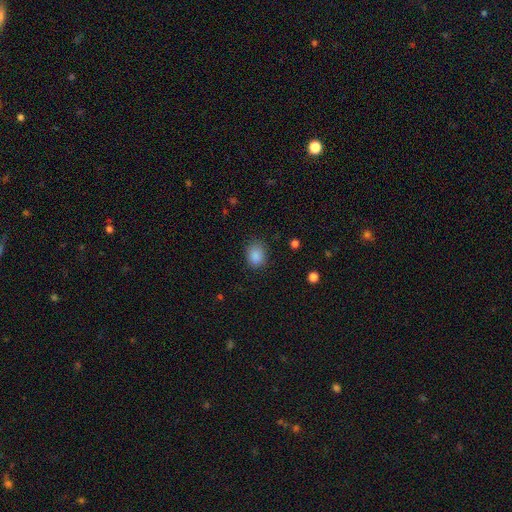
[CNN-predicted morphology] A smooth galaxy with no disk features (87%) that is round (50%).

Vote fractions:
- Smooth or featured? smooth: 87% / star or artifact: 9% / featured or disk: 4%
- How rounded? round: 50% / in between: 49% / cigar-shaped: 1%
- Merging? none: 81% / minor disturbance: 14% / major disturbance: 4% / merger: 1%